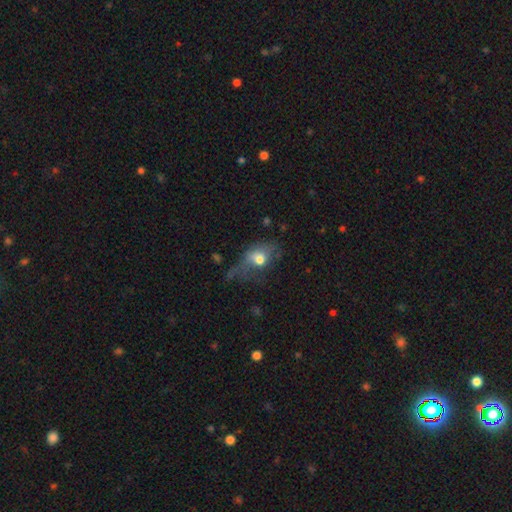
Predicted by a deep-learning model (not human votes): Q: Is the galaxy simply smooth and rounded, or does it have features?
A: smooth — 57%.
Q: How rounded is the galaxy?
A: in between — 63%.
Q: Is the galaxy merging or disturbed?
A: major disturbance — 37%.